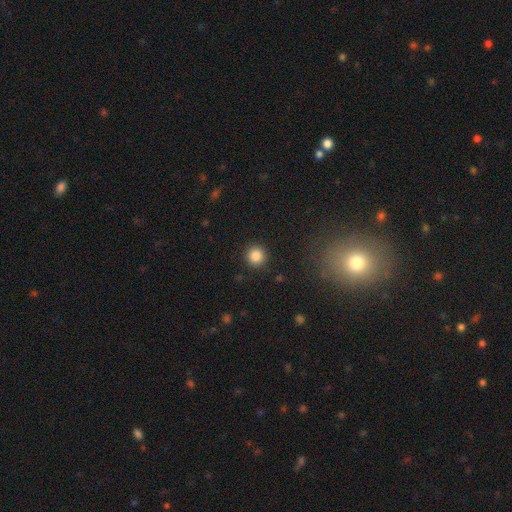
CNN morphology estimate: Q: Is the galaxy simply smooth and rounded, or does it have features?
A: smooth — 86%.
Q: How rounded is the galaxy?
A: round — 94%.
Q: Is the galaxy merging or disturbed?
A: none — 91%.